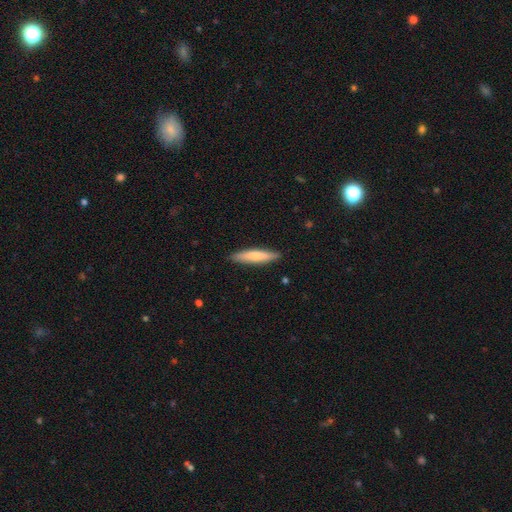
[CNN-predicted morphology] Overall: smooth (72%). How rounded: cigar-shaped (84%). Merging: none (89%).